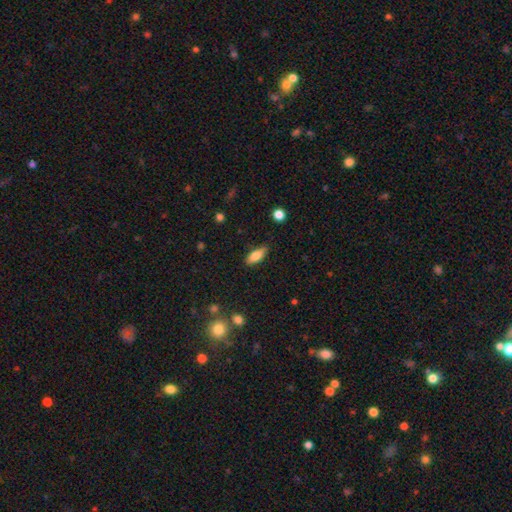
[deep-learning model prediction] smooth-or-featured: smooth: 80% | featured or disk: 12% | star or artifact: 7%
  how-rounded: in between: 72% | cigar-shaped: 26% | round: 2%
  merging: none: 82% | minor disturbance: 13% | major disturbance: 3% | merger: 1%